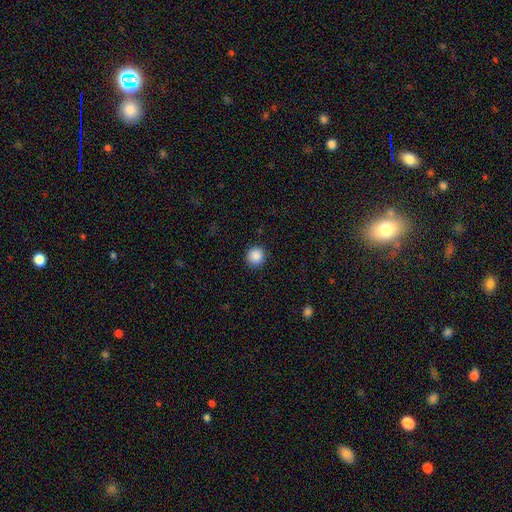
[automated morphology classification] Smooth or featured: smooth — 88% (star or artifact — 9%)
How rounded: round — 94% (in between — 5%)
Merging: none — 92% (minor disturbance — 6%)